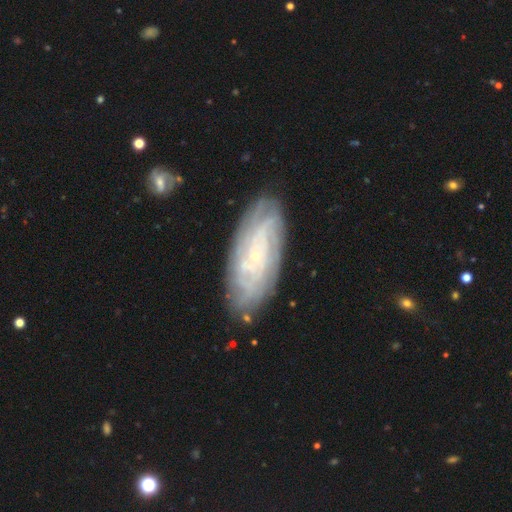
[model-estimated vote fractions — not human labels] Smooth or featured? Predicted: featured or disk (p=0.82). Edge-on disk? Predicted: no (p=0.92). Bar? Predicted: no (p=0.71). Spiral arms? Predicted: yes (p=0.95). Spiral winding? Predicted: tight (p=0.75). Spiral arm count? Predicted: can't tell (p=0.39). Bulge size? Predicted: small (p=0.86). Merging? Predicted: none (p=0.82).